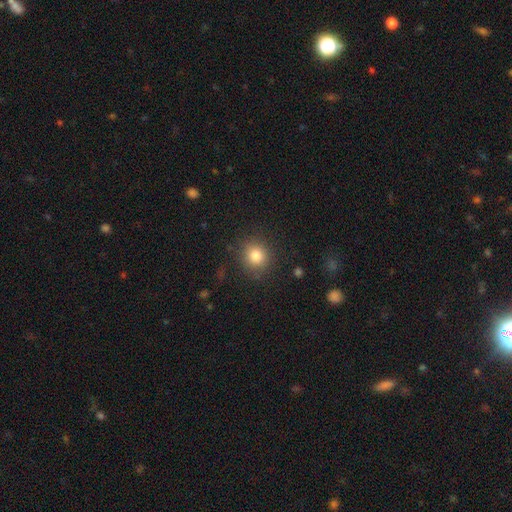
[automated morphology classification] A smooth galaxy with no disk features (82%) that is round (87%). Merging: none (87%).